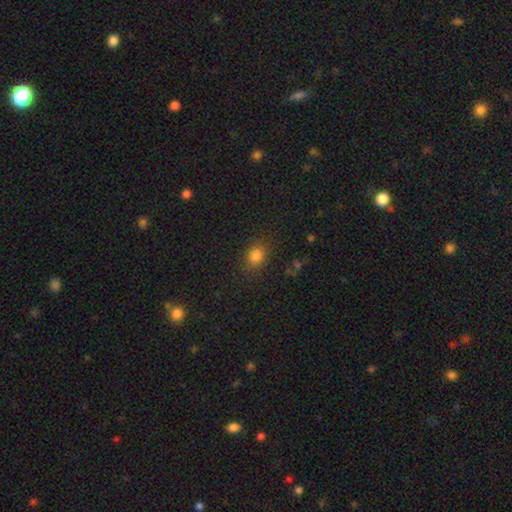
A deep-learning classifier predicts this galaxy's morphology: A smooth galaxy with no disk features (80%) that is round (54%). Merging: none (83%).